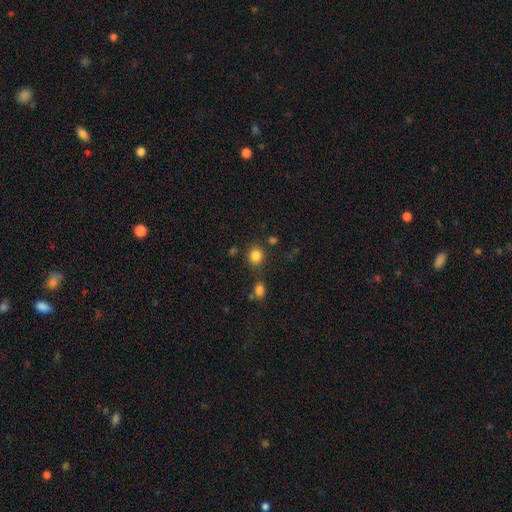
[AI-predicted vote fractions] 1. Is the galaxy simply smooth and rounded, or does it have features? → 84% smooth, 12% star or artifact, 5% featured or disk.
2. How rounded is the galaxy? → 74% round, 25% in between, 1% cigar-shaped.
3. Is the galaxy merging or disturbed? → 77% none, 11% minor disturbance, 9% merger, 4% major disturbance.